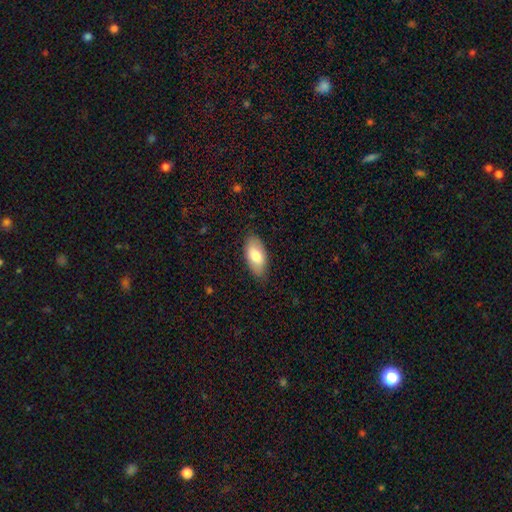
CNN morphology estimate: Smooth or featured? smooth (78%)
How rounded? in between (93%)
Merging? none (81%)